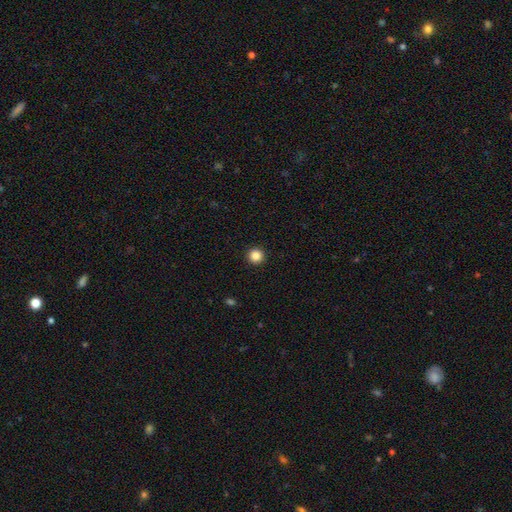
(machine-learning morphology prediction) This is clearly a smooth galaxy (85%). How rounded: clearly round (96%). Merging: clearly none (94%).